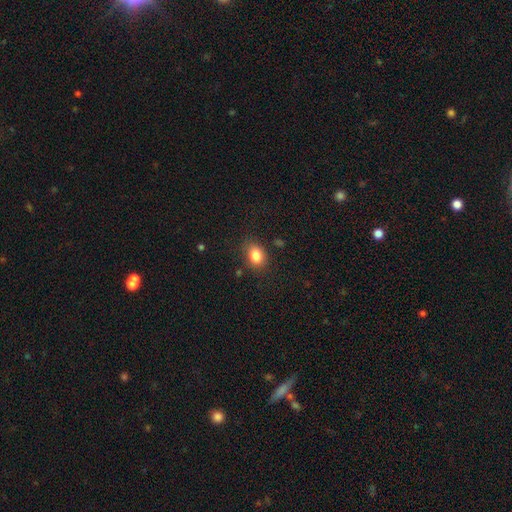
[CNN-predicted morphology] The model was most divided on "how rounded": in between: 68%, round: 31%, cigar-shaped: 1%. More confident: smooth or featured — smooth (84%); merging — none (79%).